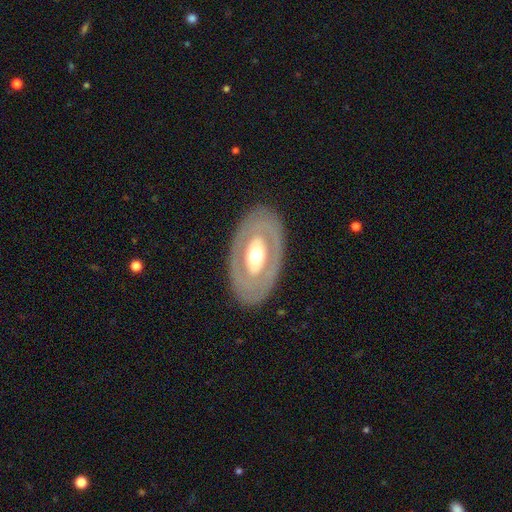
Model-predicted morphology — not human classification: Smooth or featured: featured or disk — 62% (smooth — 33%)
Edge-on disk: no — 89% (yes — 11%)
Bar: no — 73% (weak — 15%)
Spiral arms: no — 87% (yes — 13%)
Bulge size: moderate — 62% (large — 27%)
Merging: none — 84% (minor disturbance — 10%)